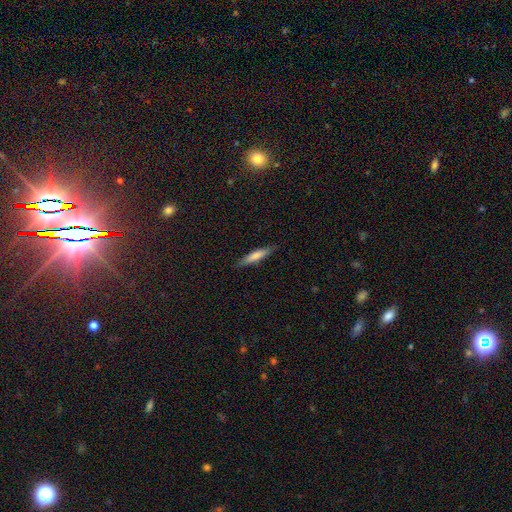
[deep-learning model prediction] smooth_or_featured: smooth (p=0.67) [alt: featured or disk p=0.27]
how_rounded: cigar-shaped (p=0.89) [alt: in between p=0.10]
merging: none (p=0.88) [alt: minor disturbance p=0.09]